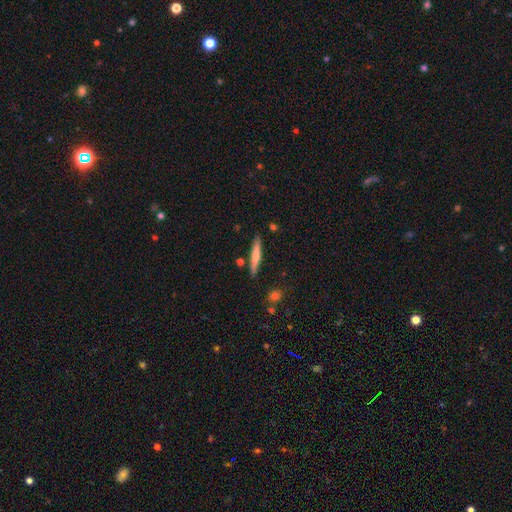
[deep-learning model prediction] Smooth or featured? Predicted: smooth (p=0.60). How rounded? Predicted: cigar-shaped (p=0.93). Merging? Predicted: none (p=0.86).